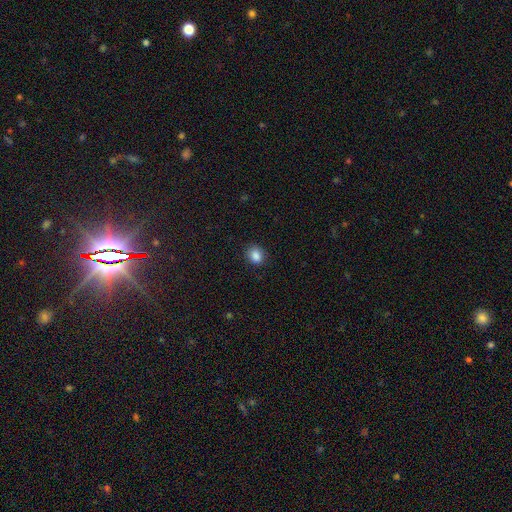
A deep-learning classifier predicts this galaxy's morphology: smooth_or_featured: smooth (p=0.86) [alt: star or artifact p=0.10]
how_rounded: round (p=0.53) [alt: in between p=0.46]
merging: none (p=0.87) [alt: minor disturbance p=0.10]